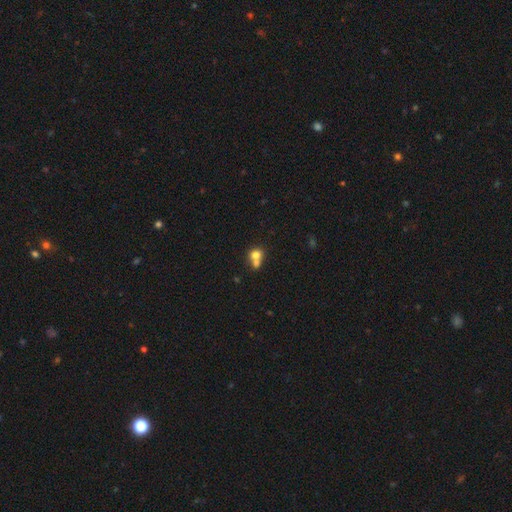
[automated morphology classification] Smooth or featured? smooth (73%)
How rounded? round (73%)
Merging? merger (62%)